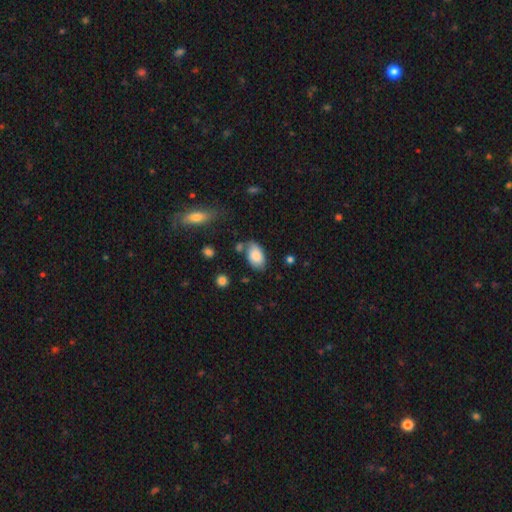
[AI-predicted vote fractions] Q: Smooth or featured?
A: smooth (84%); runner-up: featured or disk (9%)
Q: How rounded?
A: in between (93%); runner-up: round (5%)
Q: Merging?
A: none (68%); runner-up: minor disturbance (20%)